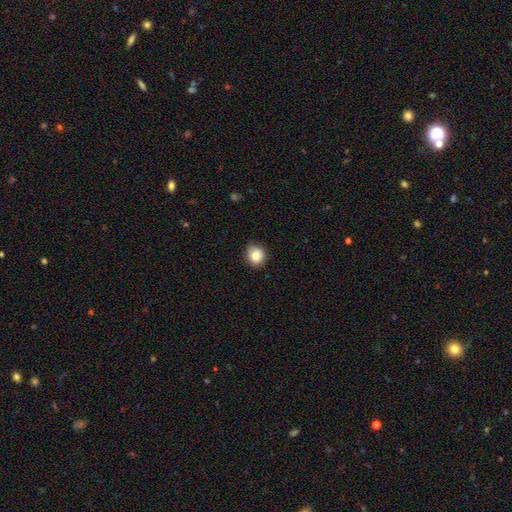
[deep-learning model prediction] A smooth galaxy with no disk features (81%) that is round (83%). Merging: none (79%).